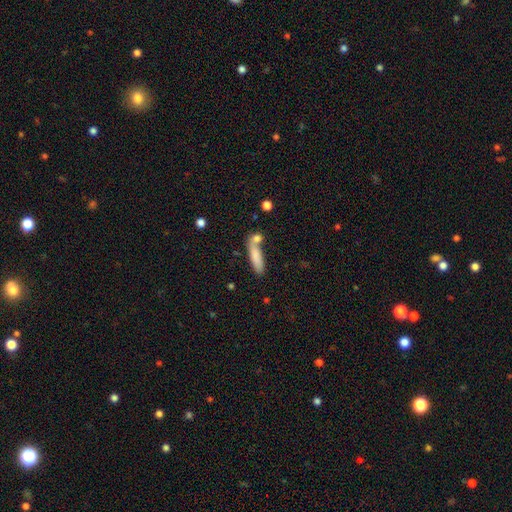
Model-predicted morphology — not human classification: This appears to be a smooth galaxy with no disk features (79%) that is cigar-shaped (73%). Merging: none (56%).